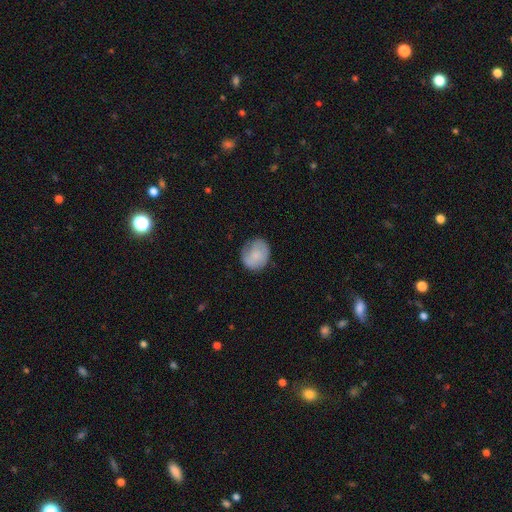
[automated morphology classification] smooth_or_featured: smooth (p=0.68) [alt: featured or disk p=0.25]
how_rounded: round (p=0.71) [alt: in between p=0.28]
merging: none (p=0.69) [alt: minor disturbance p=0.22]